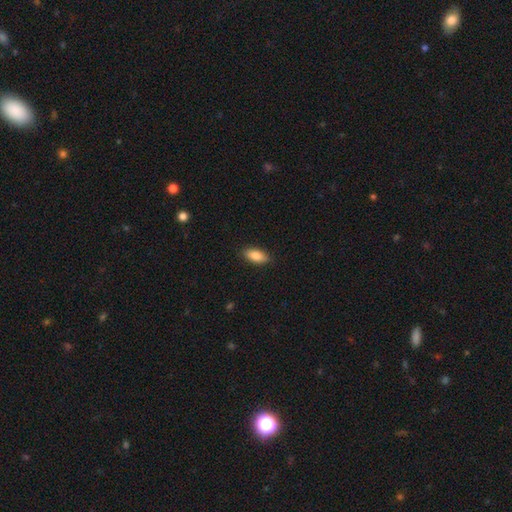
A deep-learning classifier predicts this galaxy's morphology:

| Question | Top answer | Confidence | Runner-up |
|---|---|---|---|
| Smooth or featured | smooth | 85% | featured or disk (8%) |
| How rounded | in between | 87% | cigar-shaped (10%) |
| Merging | none | 88% | minor disturbance (9%) |